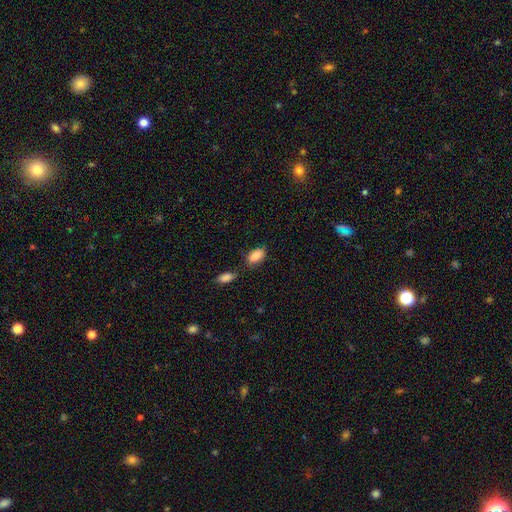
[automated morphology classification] smooth-or-featured: smooth: 87% | star or artifact: 7% | featured or disk: 6%
  how-rounded: in between: 92% | round: 4% | cigar-shaped: 4%
  merging: none: 69% | minor disturbance: 17% | merger: 10% | major disturbance: 4%